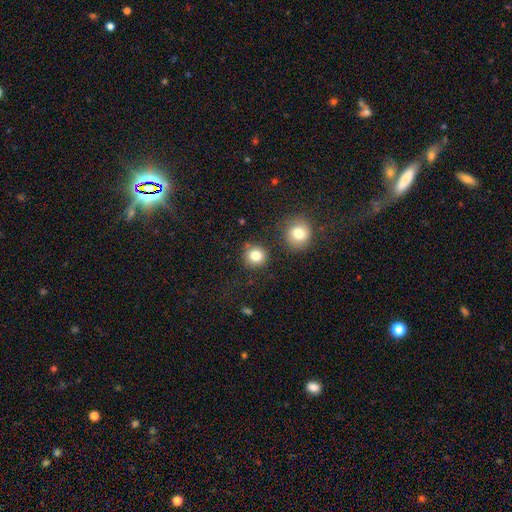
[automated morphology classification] A smooth galaxy with no disk features (82%) that is round (90%).

Vote fractions:
- Smooth or featured? smooth: 82% / star or artifact: 11% / featured or disk: 7%
- How rounded? round: 90% / in between: 9% / cigar-shaped: 1%
- Merging? none: 82% / minor disturbance: 9% / merger: 5% / major disturbance: 3%